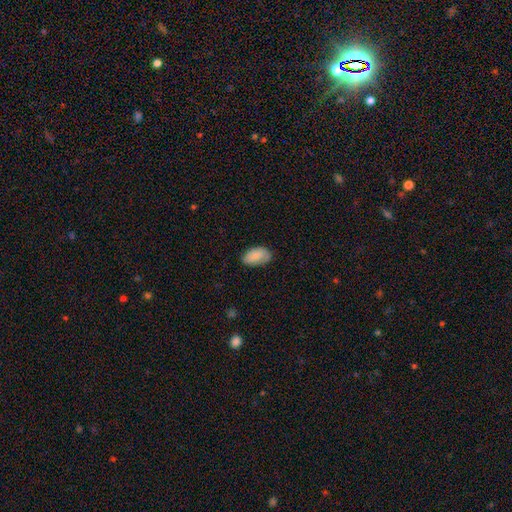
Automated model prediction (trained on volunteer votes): smooth_or_featured: smooth (p=0.83) [alt: featured or disk p=0.11]
how_rounded: in between (p=0.94) [alt: round p=0.05]
merging: none (p=0.71) [alt: minor disturbance p=0.24]